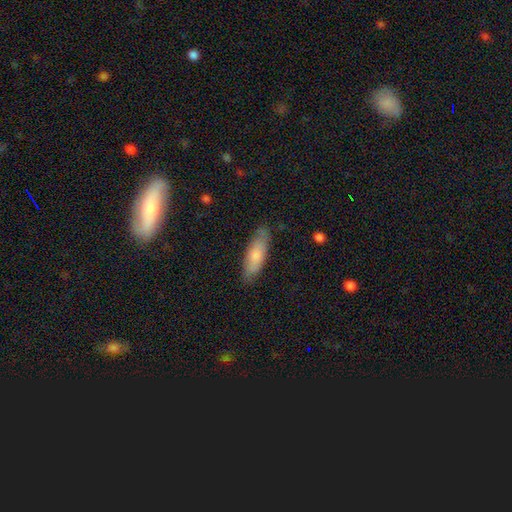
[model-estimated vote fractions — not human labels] The model was most divided on "how rounded": in between: 55%, cigar-shaped: 44%, round: 2%. More confident: merging — none (80%); smooth or featured — smooth (76%).